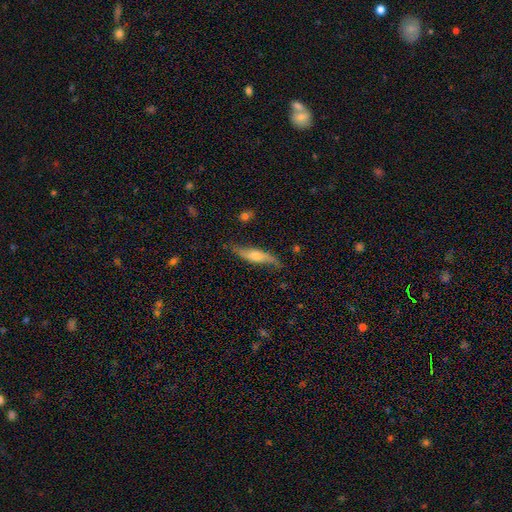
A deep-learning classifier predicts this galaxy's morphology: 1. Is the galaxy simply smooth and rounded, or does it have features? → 65% featured or disk, 29% smooth, 7% star or artifact.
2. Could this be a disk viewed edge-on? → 55% yes, 45% no.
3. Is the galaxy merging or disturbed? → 69% none, 22% minor disturbance, 7% major disturbance, 2% merger.